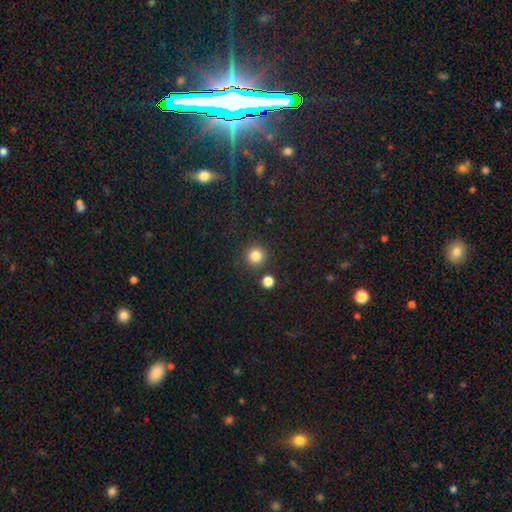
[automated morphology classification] Smooth or featured? Predicted: smooth (p=0.83). How rounded? Predicted: round (p=0.95). Merging? Predicted: none (p=0.87).